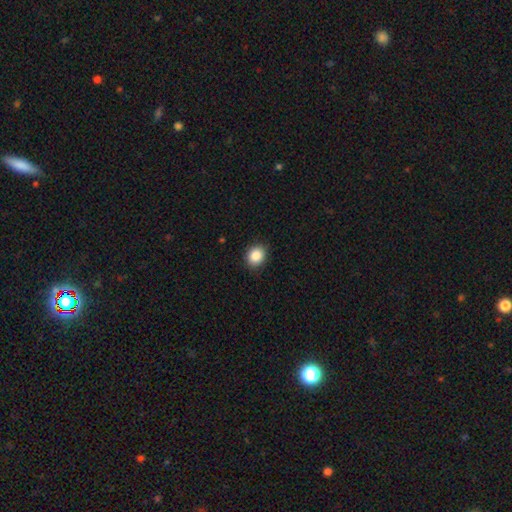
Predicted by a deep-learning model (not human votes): The model was most divided on "how rounded": round: 62%, in between: 37%, cigar-shaped: 1%. More confident: merging — none (88%); smooth or featured — smooth (86%).